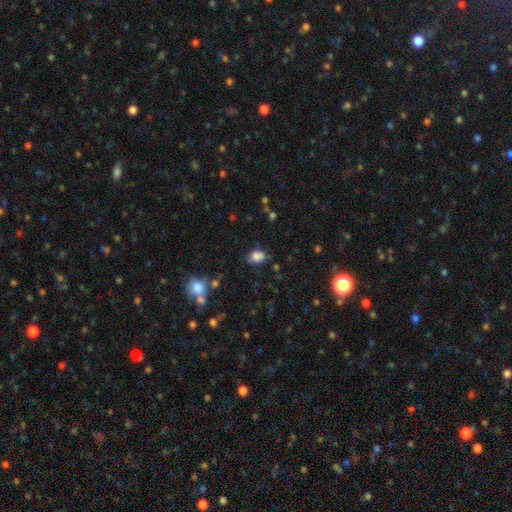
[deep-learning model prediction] Smooth or featured? smooth (81%)
How rounded? in between (64%)
Merging? none (67%)